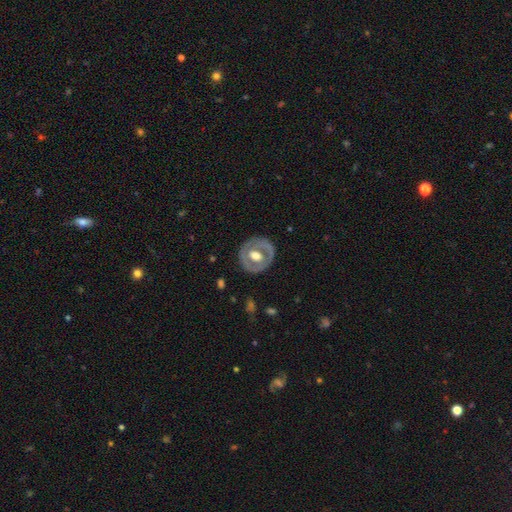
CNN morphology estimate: The model was most divided on "bulge size": moderate: 59%, large: 35%, small: 4%, dominant: 2%, none: 1%. More confident: edge-on disk — no (94%); spiral arms — no (83%); merging — none (81%); bar — no (67%); smooth or featured — featured or disk (60%).